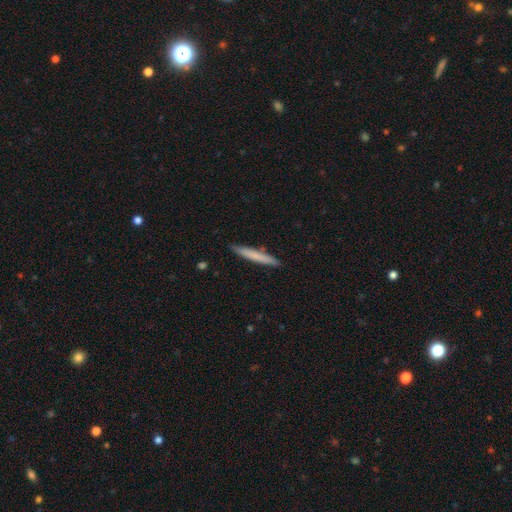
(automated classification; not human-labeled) smooth_or_featured: smooth (p=0.71) [alt: featured or disk p=0.23]
how_rounded: cigar-shaped (p=0.96) [alt: in between p=0.03]
merging: none (p=0.90) [alt: minor disturbance p=0.07]